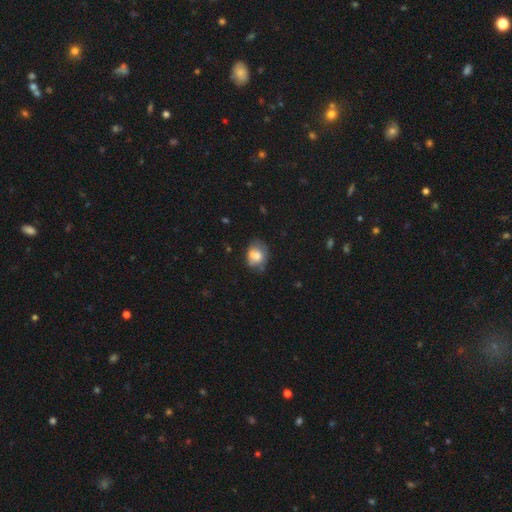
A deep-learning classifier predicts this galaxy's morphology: Smooth or featured?
  - smooth: 71% *
  - featured or disk: 19%
  - star or artifact: 9%
How rounded?
  - in between: 50% *
  - round: 49%
  - cigar-shaped: 1%
Merging?
  - none: 51% *
  - minor disturbance: 30%
  - major disturbance: 11%
  - merger: 8%